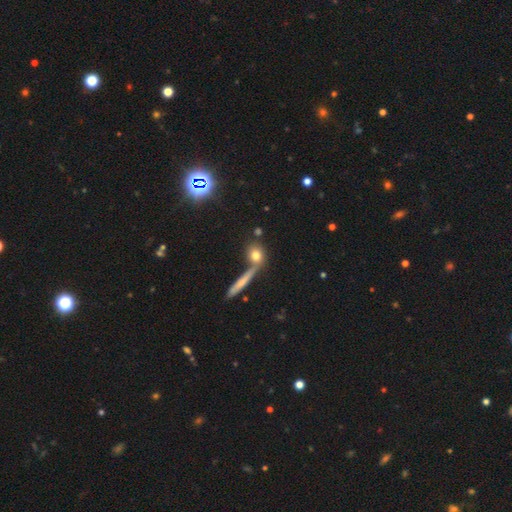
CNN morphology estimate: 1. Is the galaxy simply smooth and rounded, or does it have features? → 73% smooth, 15% featured or disk, 12% star or artifact.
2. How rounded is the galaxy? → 62% round, 21% in between, 17% cigar-shaped.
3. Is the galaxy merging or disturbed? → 63% none, 21% merger, 11% minor disturbance, 5% major disturbance.